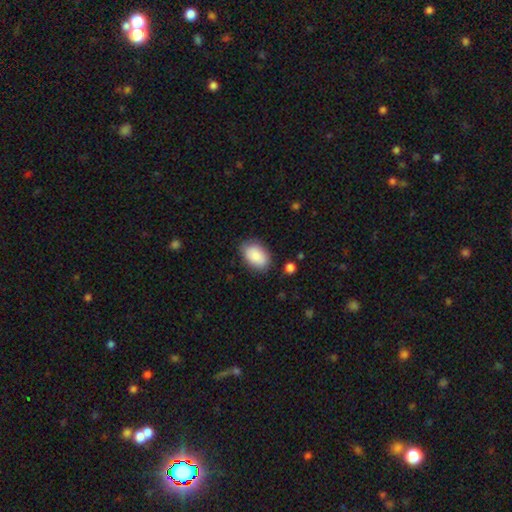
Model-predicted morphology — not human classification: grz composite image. It shows a smooth galaxy with no disk features (87%) that is in between round and cigar-shaped (91%). Merging: none (80%).